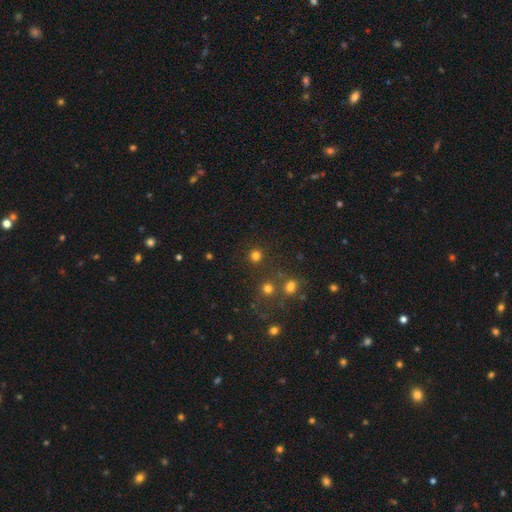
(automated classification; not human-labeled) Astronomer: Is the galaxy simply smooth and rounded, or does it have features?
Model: smooth — 76%.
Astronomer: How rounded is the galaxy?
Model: round — 93%.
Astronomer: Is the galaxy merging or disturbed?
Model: none — 84%.